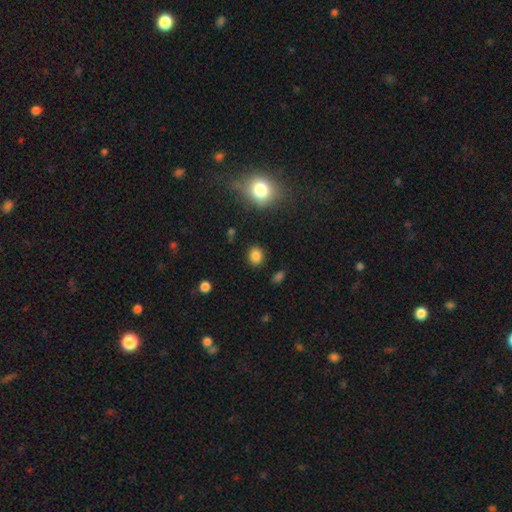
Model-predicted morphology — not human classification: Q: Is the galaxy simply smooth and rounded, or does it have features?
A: smooth — 84%.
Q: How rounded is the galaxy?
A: round — 62%.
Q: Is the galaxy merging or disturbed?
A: none — 87%.